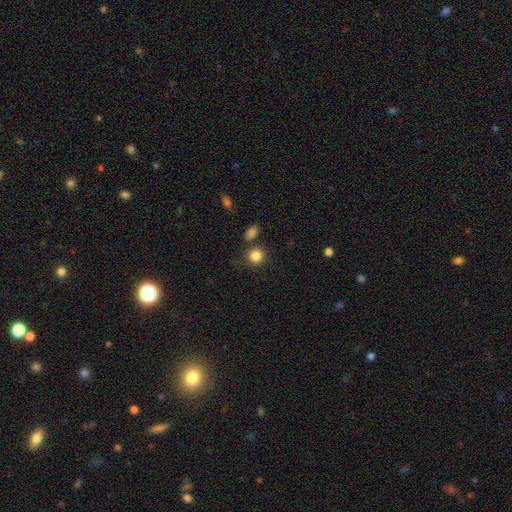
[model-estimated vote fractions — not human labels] smooth 85%, star or artifact 10%, featured or disk 5%. Down the decision tree: how rounded — round (85%); merging — none (74%).